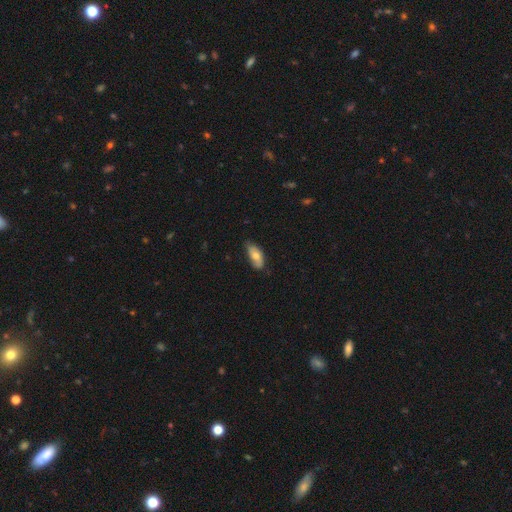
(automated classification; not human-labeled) A smooth galaxy with no disk features (64%) that is in between round and cigar-shaped (87%). Merging: none (69%).